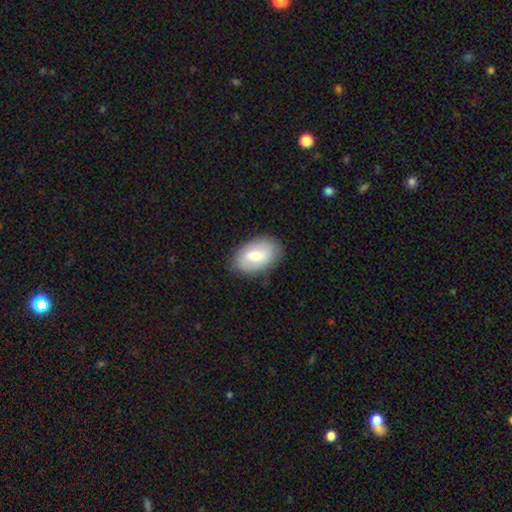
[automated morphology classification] type=smooth (63%); roundness=in between (90%); merging=none (83%).